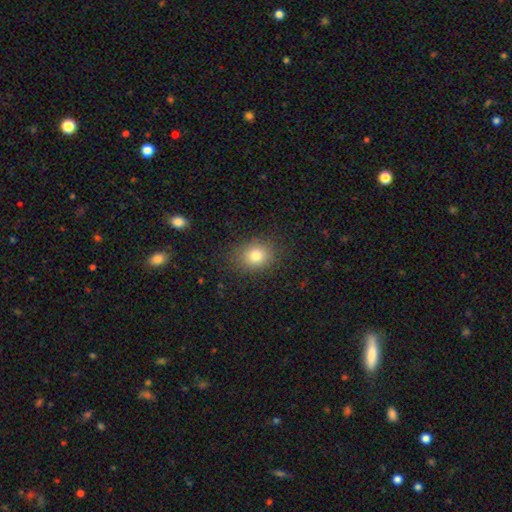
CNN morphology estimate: type=smooth (80%); roundness=round (57%); merging=none (85%).